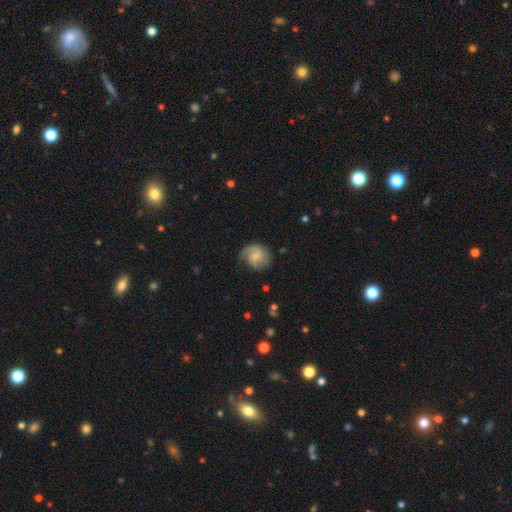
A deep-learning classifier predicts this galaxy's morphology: Smooth or featured: featured or disk — 60% (smooth — 33%)
Edge-on disk: no — 98% (yes — 2%)
Bar: no — 65% (weak — 31%)
Spiral arms: yes — 92% (no — 8%)
Spiral winding: tight — 41% (medium — 39%)
Spiral arm count: 2 — 44% (1 — 36%)
Bulge size: small — 54% (moderate — 22%)
Merging: none — 65% (minor disturbance — 22%)